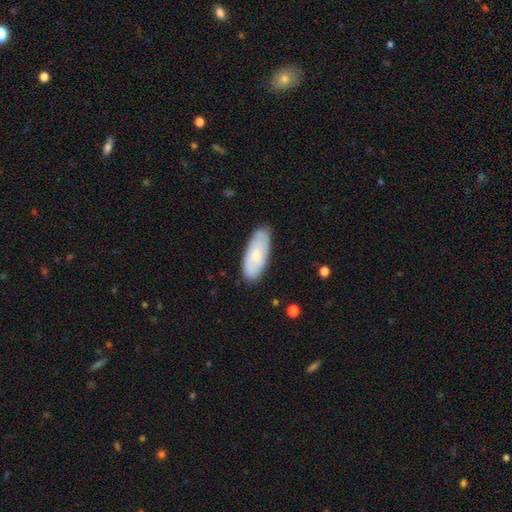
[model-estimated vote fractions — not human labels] smooth_or_featured: smooth (p=0.60) [alt: featured or disk p=0.33]
how_rounded: in between (p=0.80) [alt: cigar-shaped p=0.18]
merging: none (p=0.82) [alt: minor disturbance p=0.14]